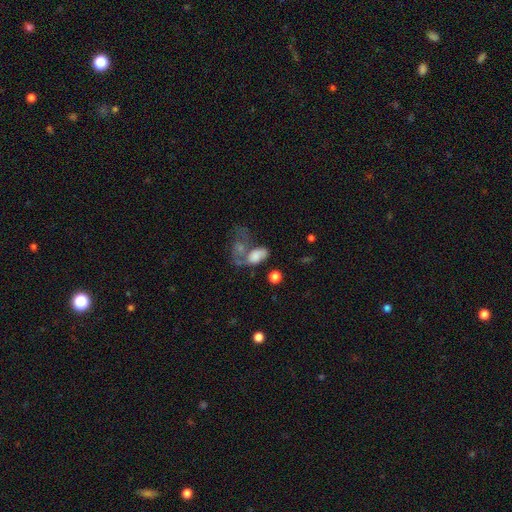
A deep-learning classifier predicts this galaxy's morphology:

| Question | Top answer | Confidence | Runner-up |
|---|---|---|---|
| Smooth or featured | smooth | 64% | featured or disk (24%) |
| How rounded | in between | 85% | round (12%) |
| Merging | merger | 46% | major disturbance (23%) |